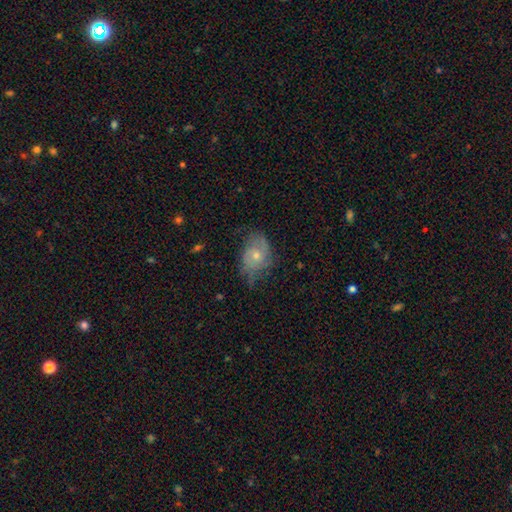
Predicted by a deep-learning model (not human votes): This appears to be a featured or disk galaxy (52%). Merging: none (55%).